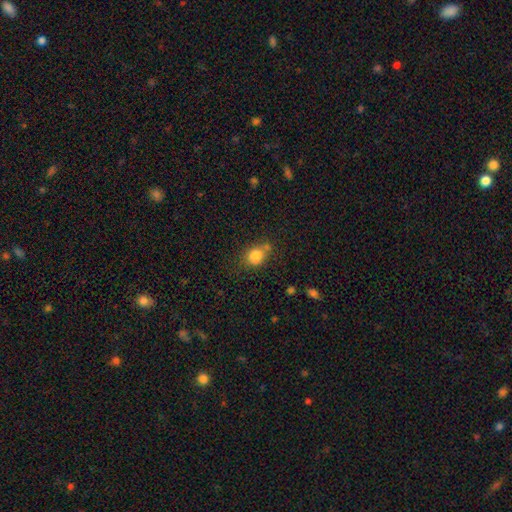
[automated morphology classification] A smooth galaxy with no disk features (80%) that is in between round and cigar-shaped (52%). Merging: none (50%).